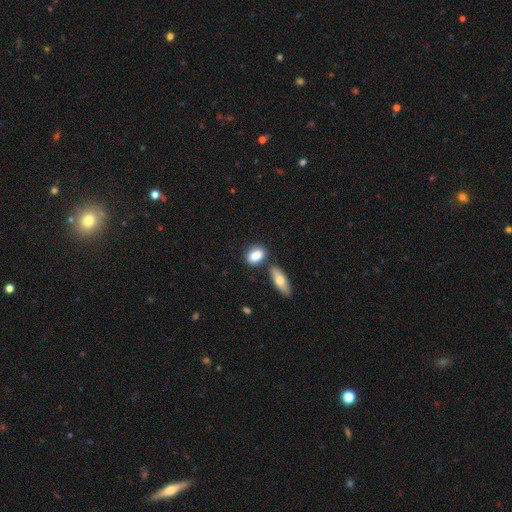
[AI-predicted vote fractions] Smooth or featured? smooth (85%)
How rounded? in between (82%)
Merging? none (64%)